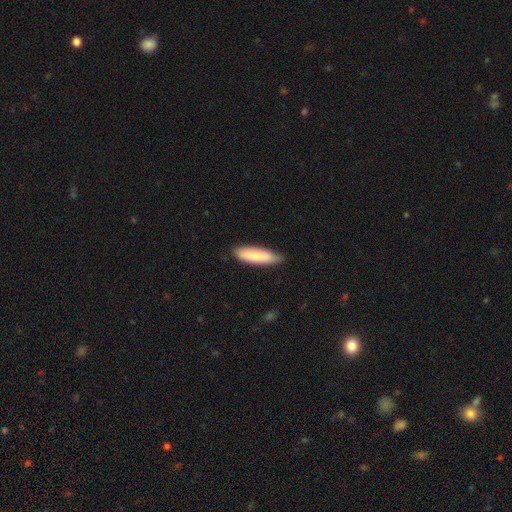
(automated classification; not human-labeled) Q: Smooth or featured?
A: smooth (83%); runner-up: featured or disk (12%)
Q: How rounded?
A: cigar-shaped (60%); runner-up: in between (39%)
Q: Merging?
A: none (78%); runner-up: minor disturbance (19%)